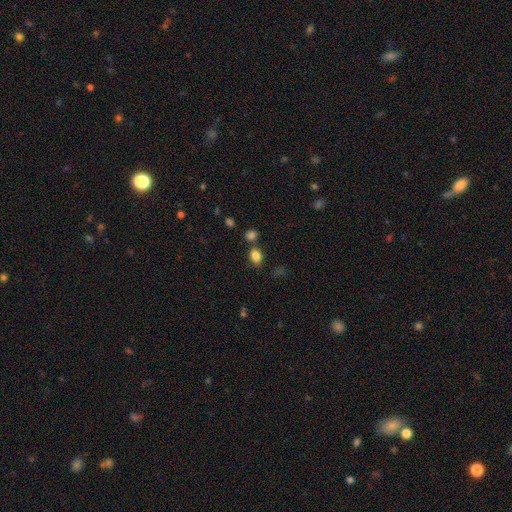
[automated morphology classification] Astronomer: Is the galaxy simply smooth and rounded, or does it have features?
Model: smooth — 84%.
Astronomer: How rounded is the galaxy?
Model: in between — 62%.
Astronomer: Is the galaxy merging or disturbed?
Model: none — 71%.